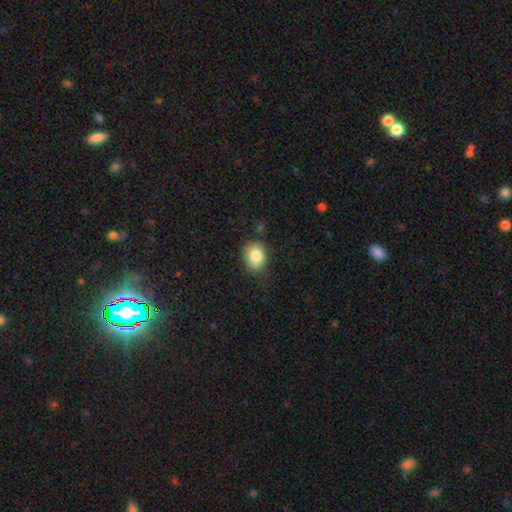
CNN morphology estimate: type=smooth (84%); roundness=in between (51%); merging=none (70%).